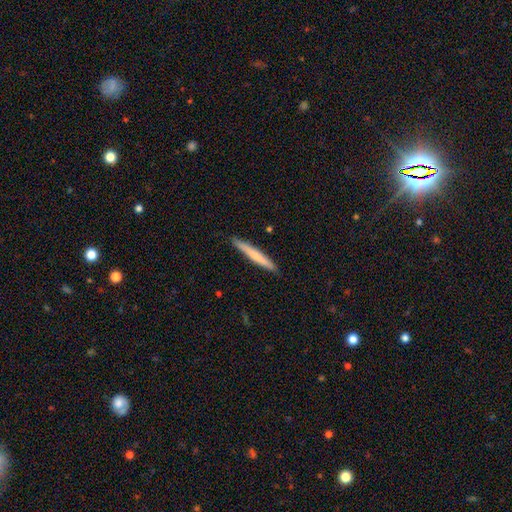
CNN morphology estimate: This is likely a smooth galaxy (65%). How rounded: clearly cigar-shaped (96%). Merging: clearly none (91%).